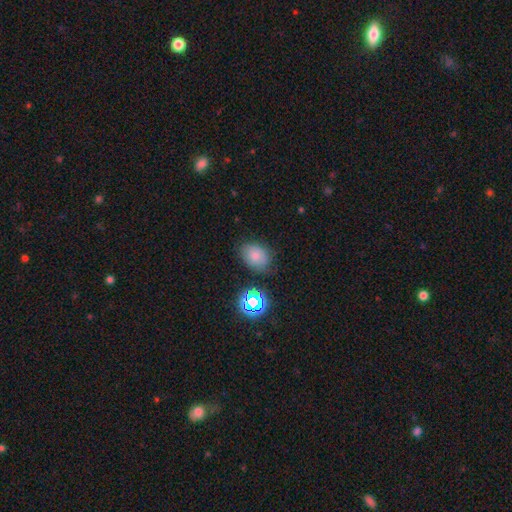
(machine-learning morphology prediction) Smooth or featured? smooth (74%)
How rounded? in between (70%)
Merging? none (74%)